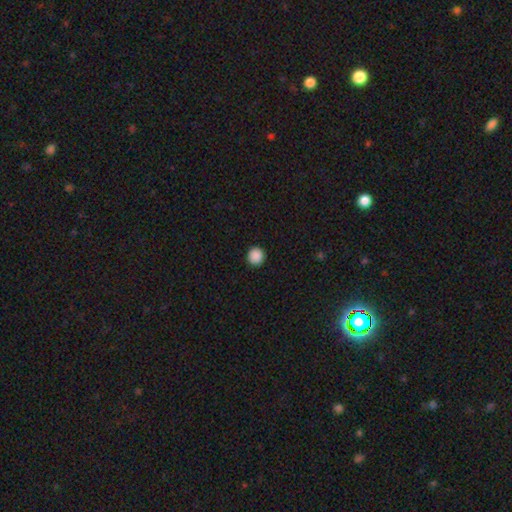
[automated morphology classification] A smooth galaxy with no disk features (89%) that is round (95%).

Vote fractions:
- Smooth or featured? smooth: 89% / star or artifact: 9% / featured or disk: 2%
- How rounded? round: 95% / in between: 4% / cigar-shaped: 1%
- Merging? none: 93% / minor disturbance: 4% / major disturbance: 2% / merger: 1%